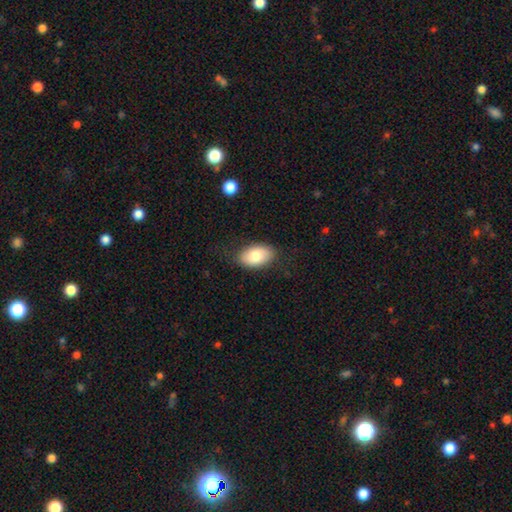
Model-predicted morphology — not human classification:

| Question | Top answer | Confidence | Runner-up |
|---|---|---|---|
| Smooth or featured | smooth | 80% | featured or disk (13%) |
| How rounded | in between | 92% | round (7%) |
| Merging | none | 81% | minor disturbance (14%) |